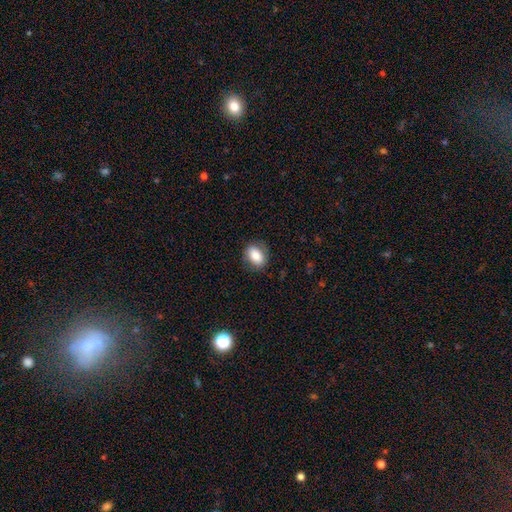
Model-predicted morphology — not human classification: smooth 80%, featured or disk 12%, star or artifact 8%. Down the decision tree: how rounded — in between (71%); merging — none (82%).